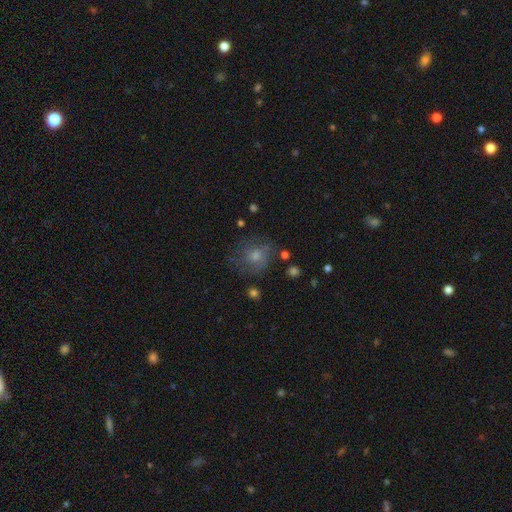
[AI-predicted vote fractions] smooth 45%, featured or disk 34%, star or artifact 21%. Down the decision tree: merging — none (69%).